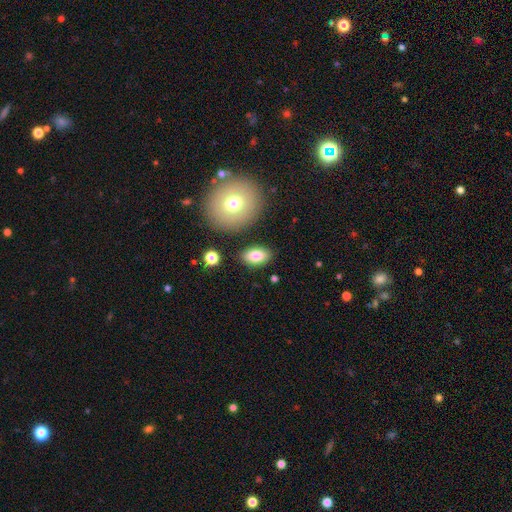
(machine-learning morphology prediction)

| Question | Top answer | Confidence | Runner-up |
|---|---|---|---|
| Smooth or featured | smooth | 81% | featured or disk (11%) |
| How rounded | in between | 90% | round (8%) |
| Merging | none | 83% | minor disturbance (10%) |